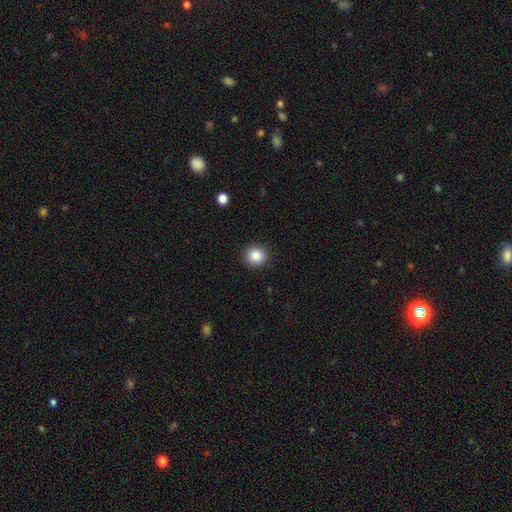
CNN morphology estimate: The model was most divided on "smooth or featured": smooth: 86%, star or artifact: 10%, featured or disk: 4%. More confident: merging — none (91%); how rounded — round (90%).